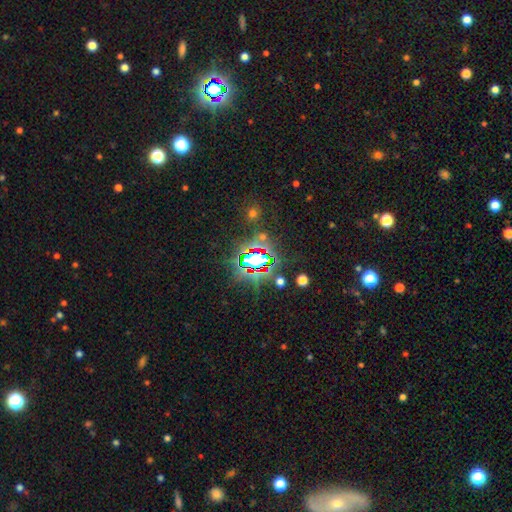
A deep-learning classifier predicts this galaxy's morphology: smooth-or-featured: star or artifact: 82% | smooth: 10% | featured or disk: 7%